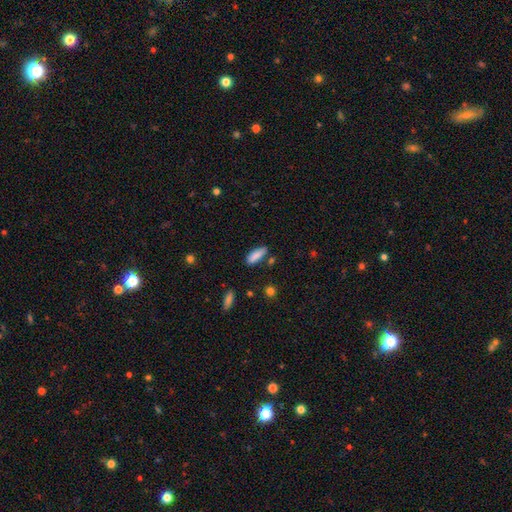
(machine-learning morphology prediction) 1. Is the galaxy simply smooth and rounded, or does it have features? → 85% smooth, 7% featured or disk, 7% star or artifact.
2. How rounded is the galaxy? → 54% in between, 44% cigar-shaped, 2% round.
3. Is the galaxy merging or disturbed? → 77% none, 16% minor disturbance, 4% merger, 3% major disturbance.